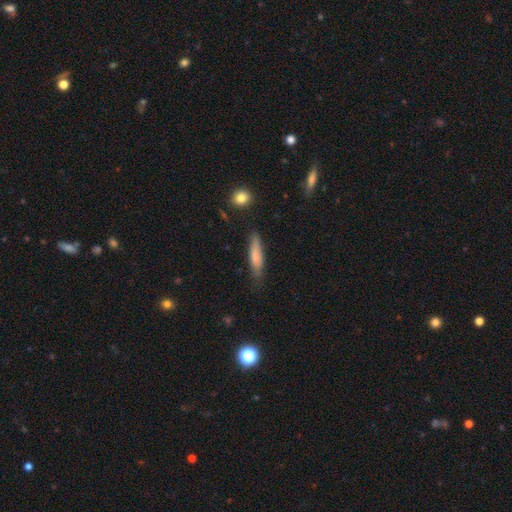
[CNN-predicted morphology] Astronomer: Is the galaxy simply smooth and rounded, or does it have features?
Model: smooth — 73%.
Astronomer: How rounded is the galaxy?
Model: cigar-shaped — 77%.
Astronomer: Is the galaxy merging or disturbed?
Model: none — 70%.